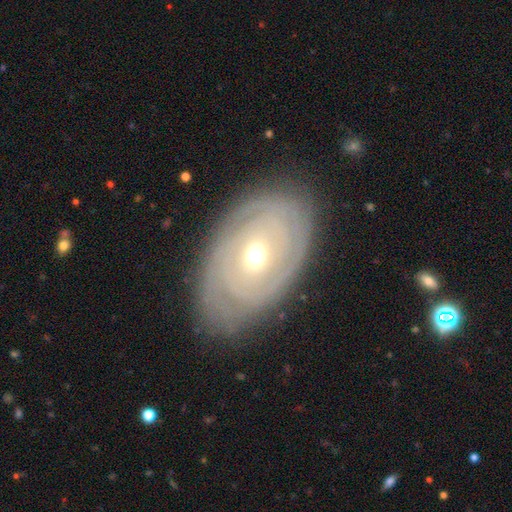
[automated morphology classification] Overall: featured or disk (79%). Edge-on disk: no (94%). Bar: no (72%). Spiral arms: yes (84%). Spiral arm count: can't tell (44%; 2 23%). Spiral winding: tight (82%). Bulge size: moderate (67%). Merging: none (82%).